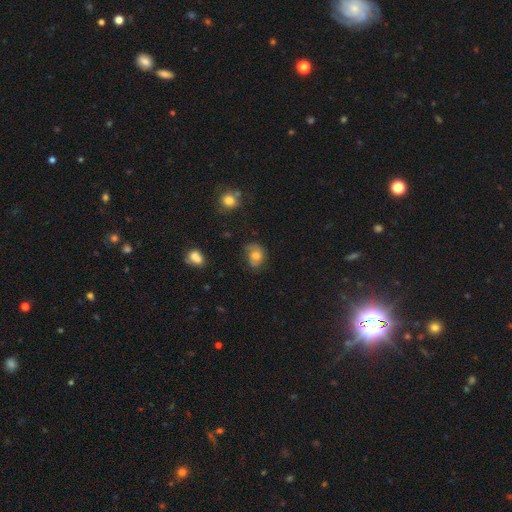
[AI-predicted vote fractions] smooth-or-featured: smooth: 66% | featured or disk: 23% | star or artifact: 10%
  how-rounded: in between: 54% | round: 45% | cigar-shaped: 1%
  merging: none: 51% | minor disturbance: 32% | major disturbance: 14% | merger: 4%